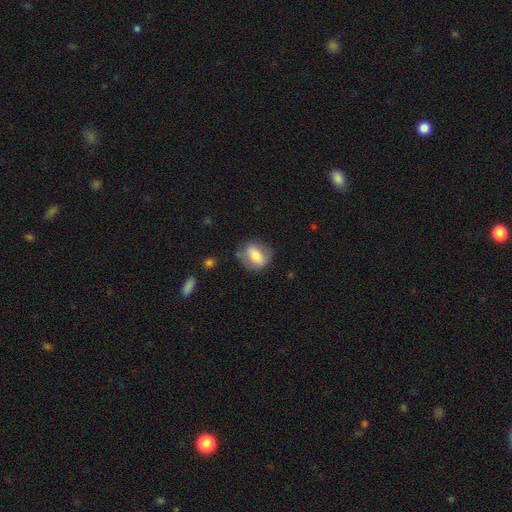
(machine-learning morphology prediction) Smooth or featured?
  - smooth: 69% *
  - featured or disk: 24%
  - star or artifact: 7%
How rounded?
  - in between: 58% *
  - round: 39%
  - cigar-shaped: 3%
Merging?
  - none: 71% *
  - minor disturbance: 20%
  - major disturbance: 7%
  - merger: 2%